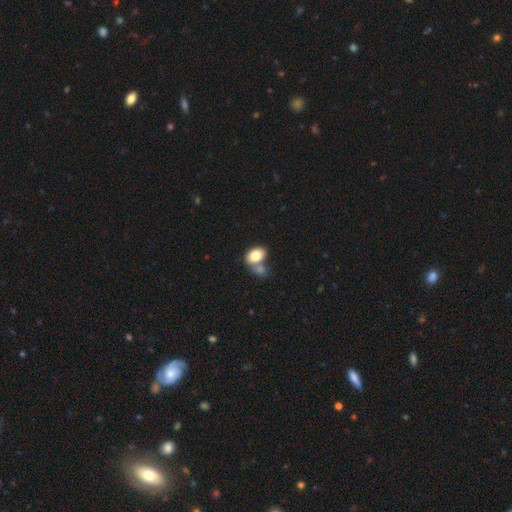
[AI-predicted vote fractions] This appears to be a smooth galaxy with no disk features (80%) that is in between round and cigar-shaped (79%). Merging: merger (47%).